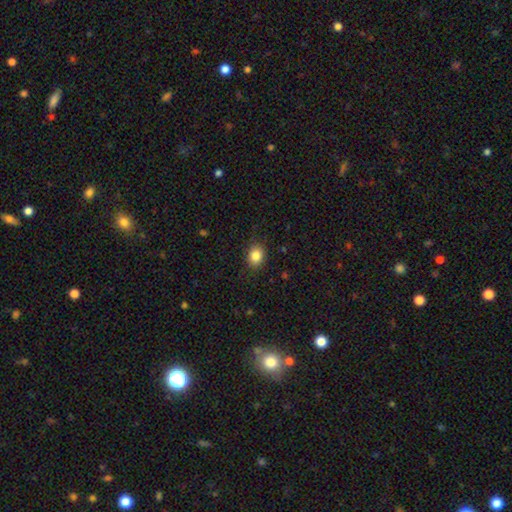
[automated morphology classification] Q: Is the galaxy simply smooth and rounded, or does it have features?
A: smooth — 84%.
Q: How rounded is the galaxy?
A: round — 51%.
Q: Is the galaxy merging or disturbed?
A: none — 85%.